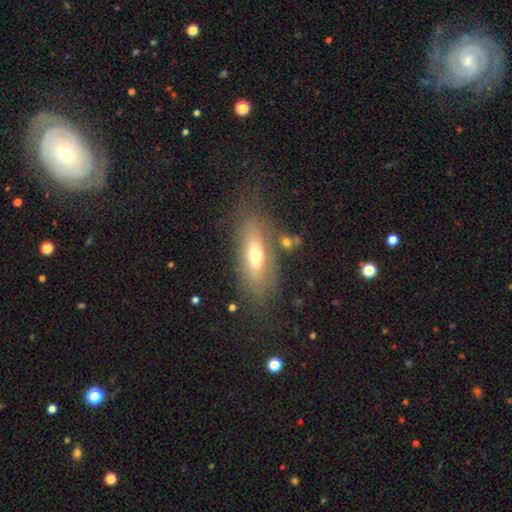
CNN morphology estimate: A smooth galaxy with no disk features (56%) that is in between round and cigar-shaped (70%).

Vote fractions:
- Smooth or featured? smooth: 56% / featured or disk: 36% / star or artifact: 9%
- How rounded? in between: 70% / cigar-shaped: 26% / round: 4%
- Merging? none: 71% / minor disturbance: 17% / major disturbance: 9% / merger: 4%